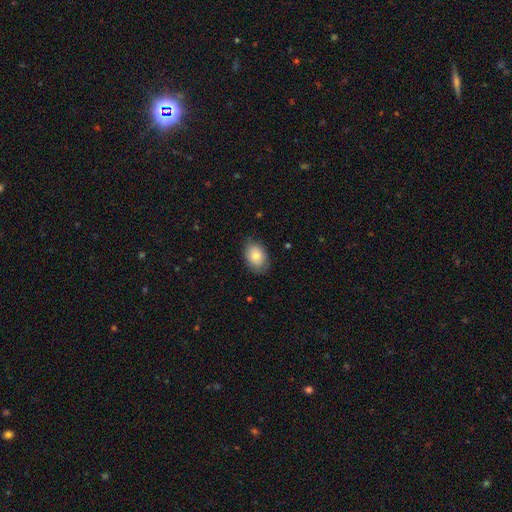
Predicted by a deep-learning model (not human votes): A smooth galaxy with no disk features (78%) that is in between round and cigar-shaped (74%).

Vote fractions:
- Smooth or featured? smooth: 78% / featured or disk: 14% / star or artifact: 7%
- How rounded? in between: 74% / round: 25% / cigar-shaped: 1%
- Merging? none: 78% / minor disturbance: 18% / major disturbance: 4% / merger: 1%